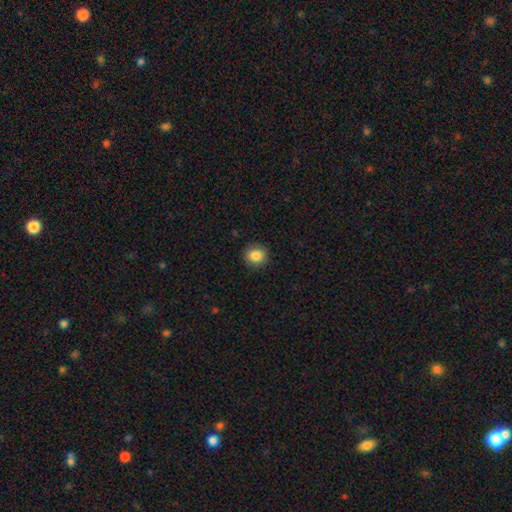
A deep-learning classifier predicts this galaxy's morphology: Smooth or featured: smooth — 85% (star or artifact — 9%)
How rounded: round — 89% (in between — 10%)
Merging: none — 91% (minor disturbance — 6%)